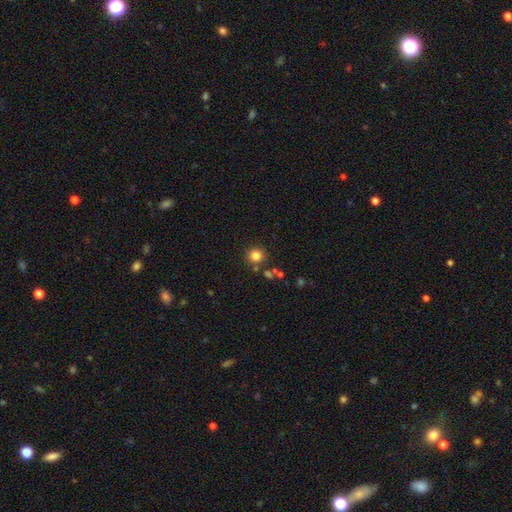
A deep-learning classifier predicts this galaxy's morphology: The model was most divided on "smooth or featured": smooth: 82%, star or artifact: 13%, featured or disk: 6%. More confident: how rounded — round (92%); merging — none (82%).